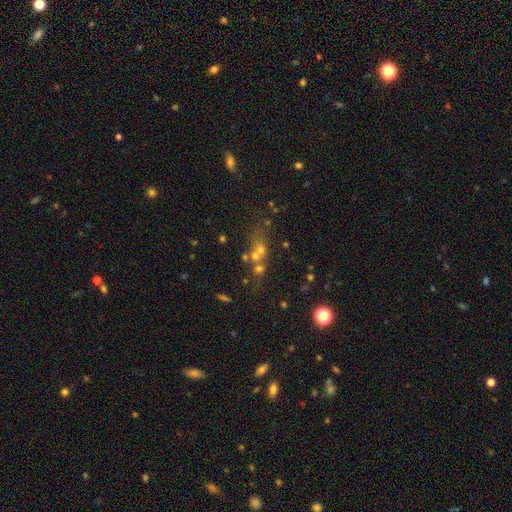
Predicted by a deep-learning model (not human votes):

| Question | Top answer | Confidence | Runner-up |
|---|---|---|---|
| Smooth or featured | star or artifact | 40% | smooth (39%) |